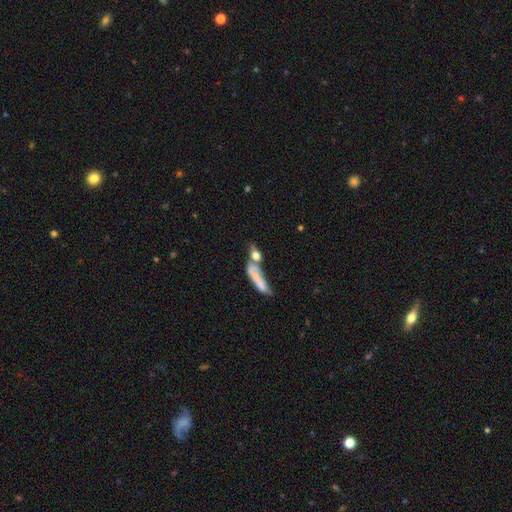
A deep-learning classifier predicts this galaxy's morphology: A smooth galaxy with no disk features (63%) that is in between round and cigar-shaped (43%). Merging: merger (44%).